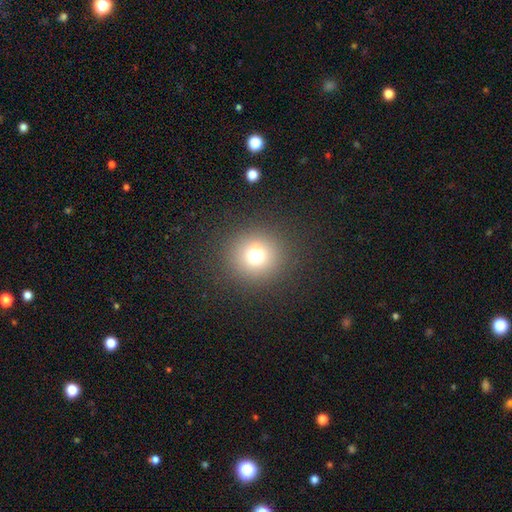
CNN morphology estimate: Smooth or featured? smooth (68%)
How rounded? round (92%)
Merging? none (74%)